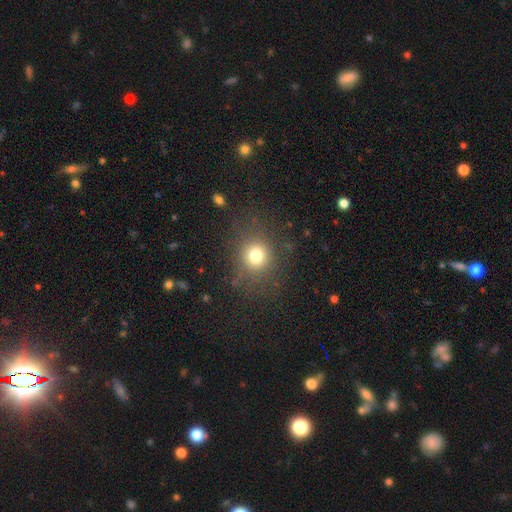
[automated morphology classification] This appears to be a smooth galaxy with no disk features (75%) that is round (85%). Merging: none (80%).